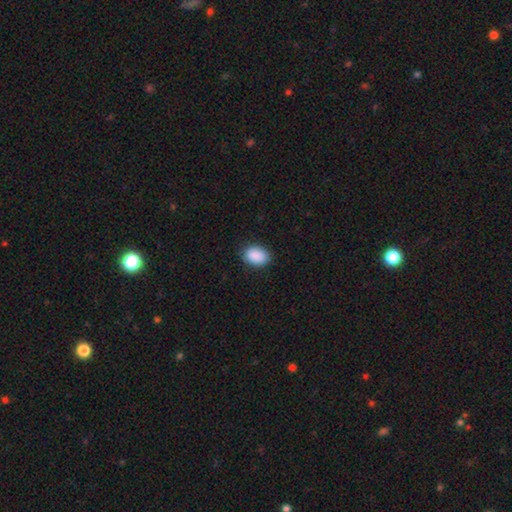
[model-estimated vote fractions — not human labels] smooth_or_featured: smooth (p=0.90) [alt: star or artifact p=0.07]
how_rounded: in between (p=0.81) [alt: round p=0.18]
merging: none (p=0.85) [alt: minor disturbance p=0.11]